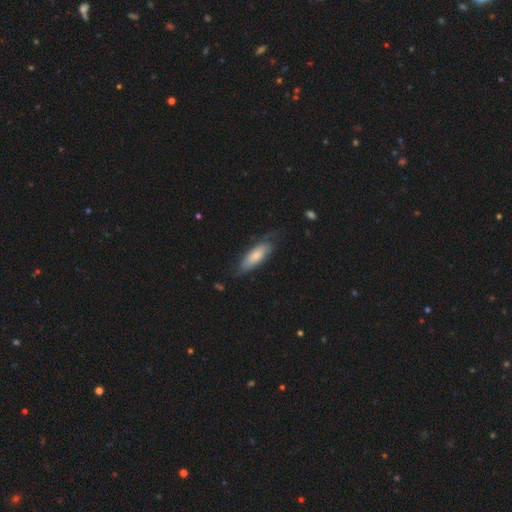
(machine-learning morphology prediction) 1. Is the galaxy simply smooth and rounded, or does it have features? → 67% smooth, 28% featured or disk, 5% star or artifact.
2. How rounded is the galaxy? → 63% in between, 36% cigar-shaped, 2% round.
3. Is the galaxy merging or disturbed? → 63% none, 27% minor disturbance, 9% major disturbance, 2% merger.